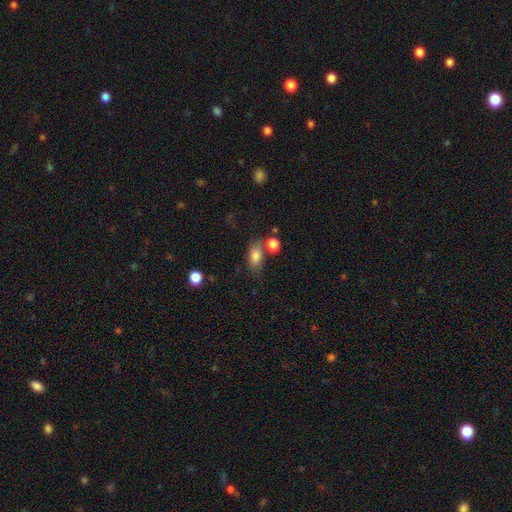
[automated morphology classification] Smooth or featured: smooth — 81% (star or artifact — 9%)
How rounded: in between — 83% (round — 13%)
Merging: none — 60% (minor disturbance — 17%)